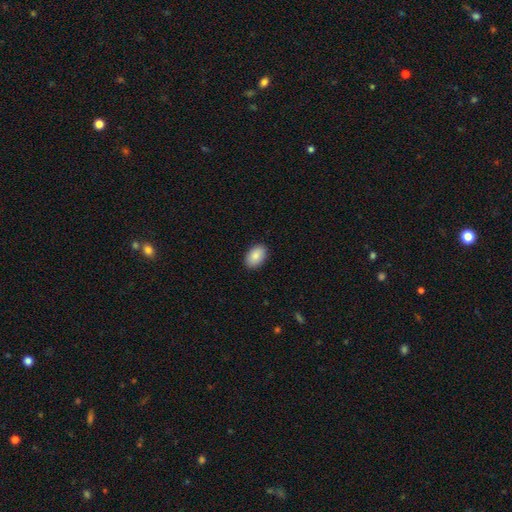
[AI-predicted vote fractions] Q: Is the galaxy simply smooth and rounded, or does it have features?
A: smooth — 88%.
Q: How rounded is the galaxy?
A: in between — 91%.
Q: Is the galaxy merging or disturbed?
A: none — 90%.